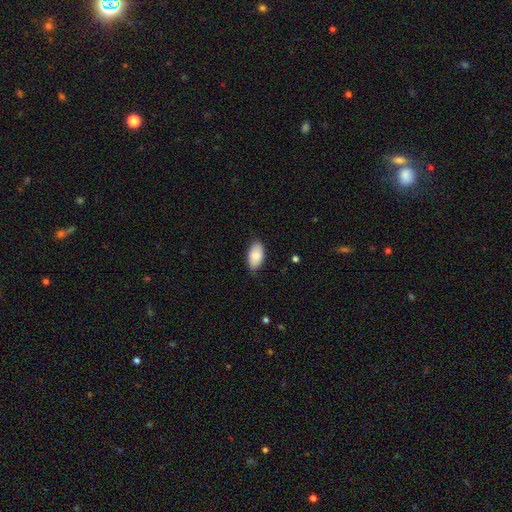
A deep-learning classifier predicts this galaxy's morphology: type=smooth (85%); roundness=in between (95%); merging=none (82%).